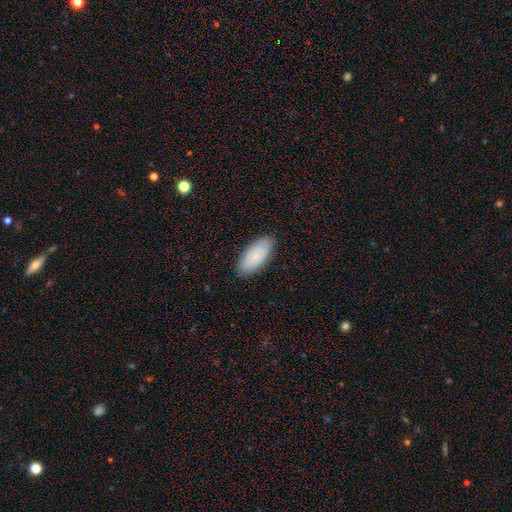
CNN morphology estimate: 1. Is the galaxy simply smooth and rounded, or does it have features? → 76% smooth, 18% featured or disk, 6% star or artifact.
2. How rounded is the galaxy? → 91% in between, 7% cigar-shaped, 2% round.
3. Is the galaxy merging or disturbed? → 87% none, 10% minor disturbance, 2% major disturbance, 1% merger.